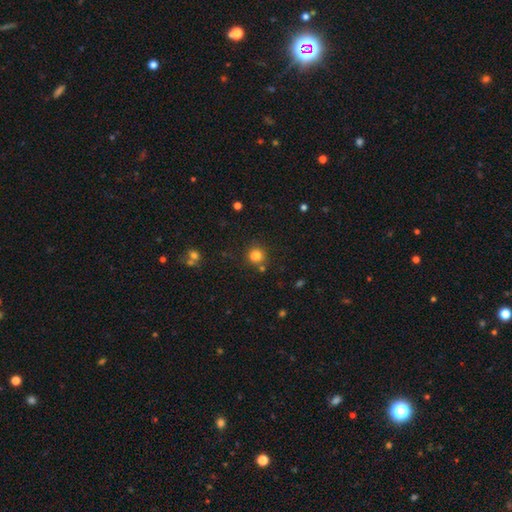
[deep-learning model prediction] Smooth or featured?
  - smooth: 81% *
  - star or artifact: 13%
  - featured or disk: 6%
How rounded?
  - round: 84% *
  - in between: 15%
  - cigar-shaped: 1%
Merging?
  - none: 73% *
  - merger: 12%
  - minor disturbance: 11%
  - major disturbance: 4%